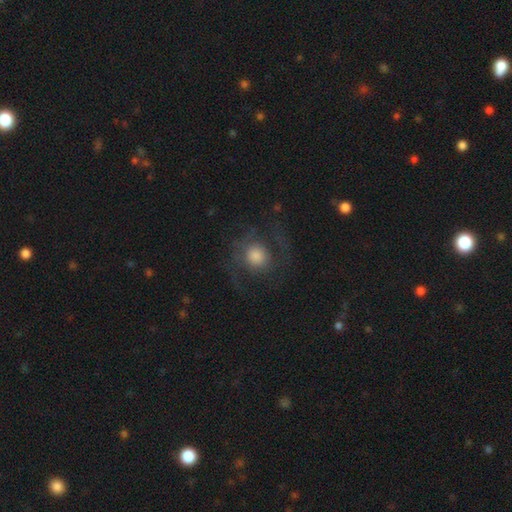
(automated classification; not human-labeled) Smooth or featured? Predicted: featured or disk (p=0.50). Edge-on disk? Predicted: no (p=0.96). Merging? Predicted: none (p=0.62).